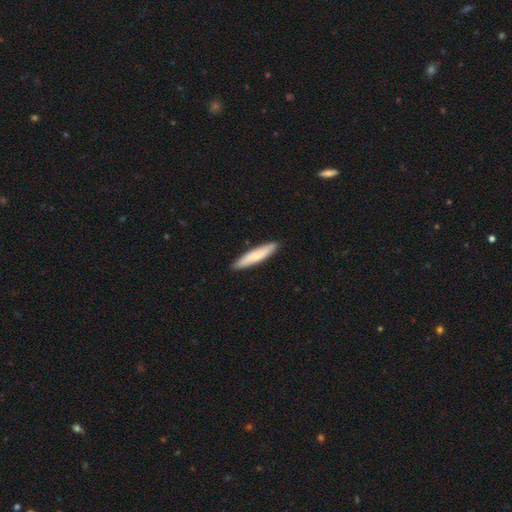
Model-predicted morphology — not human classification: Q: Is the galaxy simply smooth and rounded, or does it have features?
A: smooth — 71%.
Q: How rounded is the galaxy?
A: cigar-shaped — 88%.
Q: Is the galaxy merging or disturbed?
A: none — 90%.